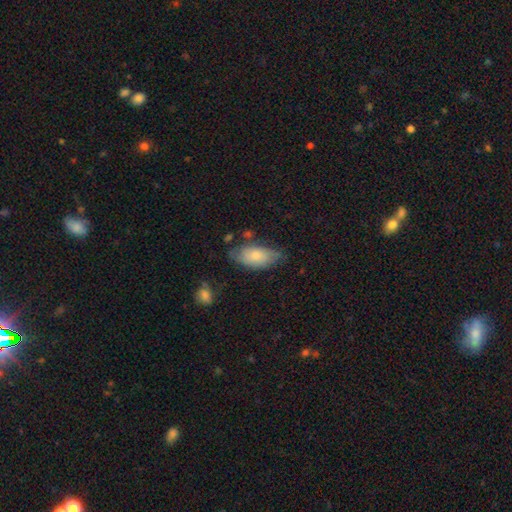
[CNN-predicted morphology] type=smooth (72%); roundness=in between (92%); merging=none (53%).